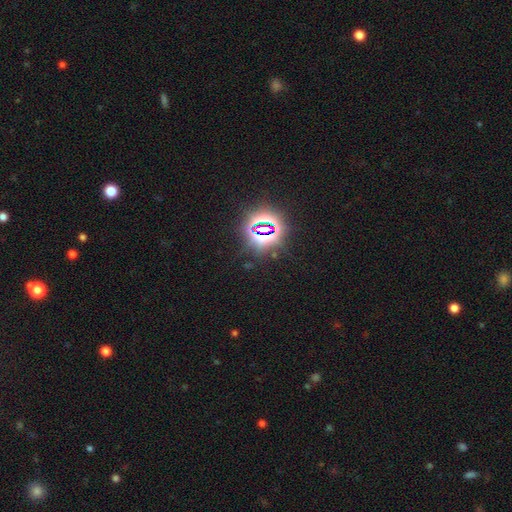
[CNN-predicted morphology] Smooth or featured? star or artifact (86%)